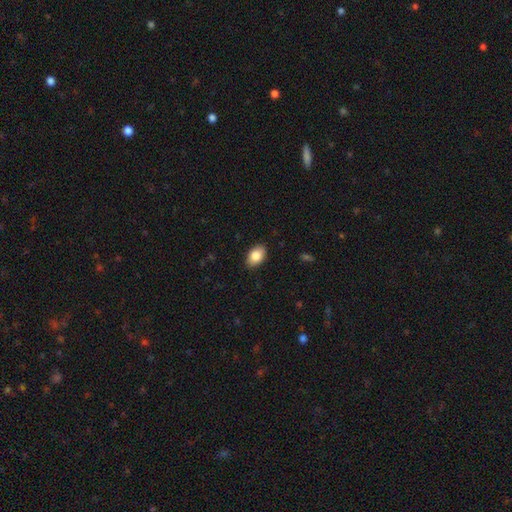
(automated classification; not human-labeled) Overall: smooth (85%). How rounded: in between (89%). Merging: none (88%).